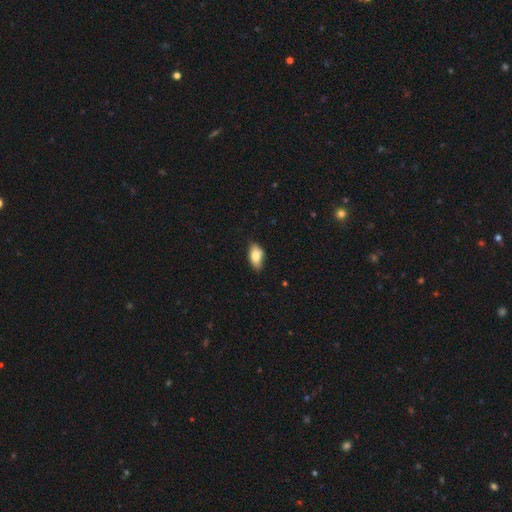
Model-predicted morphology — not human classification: This appears to be a smooth galaxy with no disk features (77%) that is in between round and cigar-shaped (90%). Merging: none (75%).